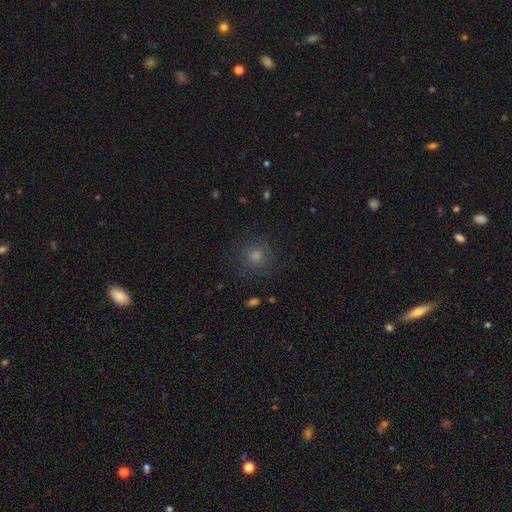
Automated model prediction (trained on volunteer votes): Morphology: type=smooth (57%); roundness=round (92%); merging=none (83%).